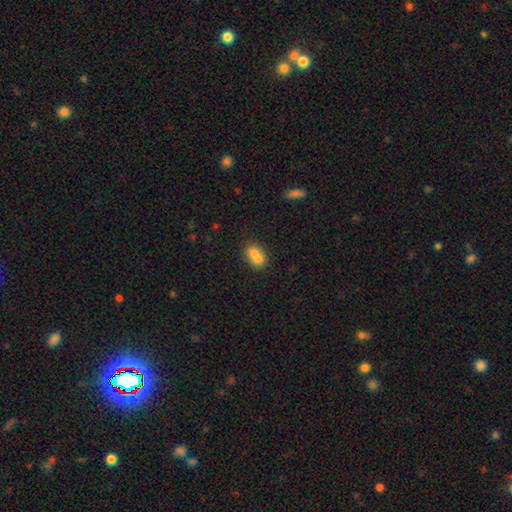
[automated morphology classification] A smooth galaxy with no disk features (70%) that is in between round and cigar-shaped (54%).

Vote fractions:
- Smooth or featured? smooth: 70% / featured or disk: 20% / star or artifact: 10%
- How rounded? in between: 54% / round: 45% / cigar-shaped: 1%
- Merging? merger: 62% / none: 28% / minor disturbance: 7% / major disturbance: 3%